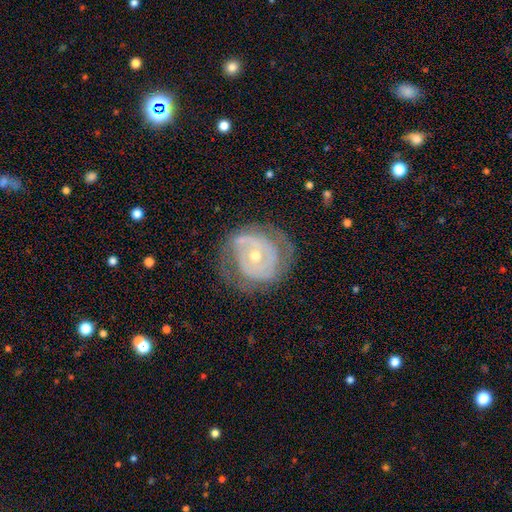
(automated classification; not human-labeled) A featured or disk galaxy (80%) with no bar (71%), 2 (47%) tight (62%) spiral arms (79%) and a moderate central bulge (49%). Merging: none (65%).